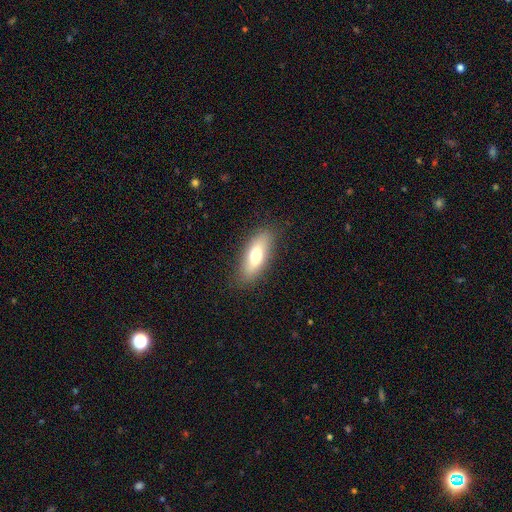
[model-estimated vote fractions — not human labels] This is likely a smooth galaxy (68%). How rounded: likely in between (69%). Merging: clearly none (85%).